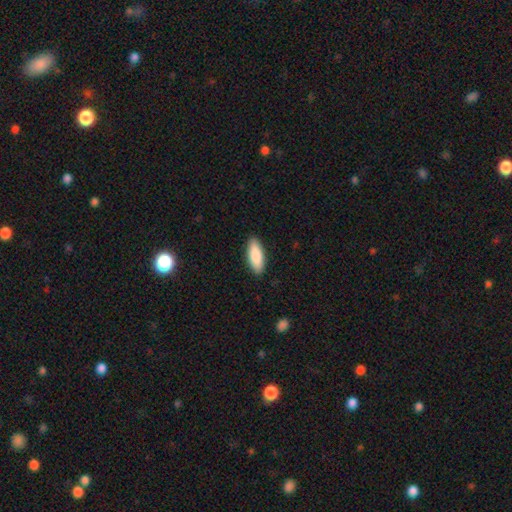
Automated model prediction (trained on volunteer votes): Smooth or featured?
  - smooth: 87% *
  - featured or disk: 8%
  - star or artifact: 5%
How rounded?
  - in between: 71% *
  - cigar-shaped: 27%
  - round: 2%
Merging?
  - none: 90% *
  - minor disturbance: 8%
  - major disturbance: 2%
  - merger: 1%